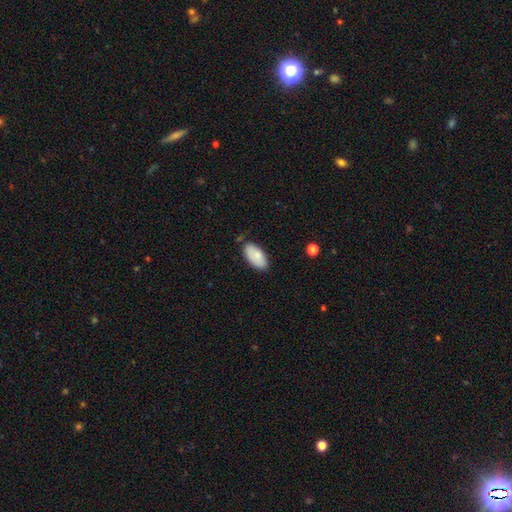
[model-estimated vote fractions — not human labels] This appears to be a smooth galaxy with no disk features (83%) that is in between round and cigar-shaped (95%). Merging: none (77%).